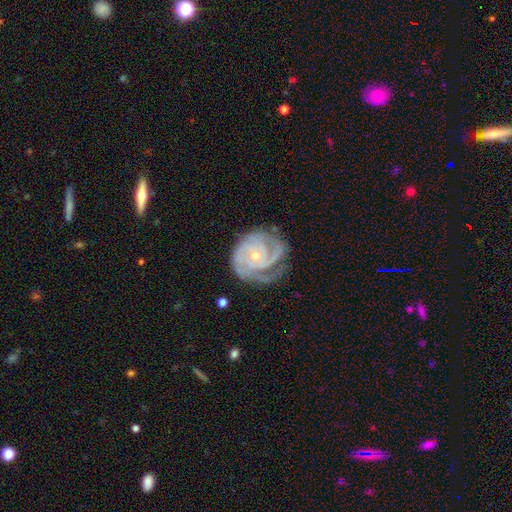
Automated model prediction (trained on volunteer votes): A featured or disk galaxy (89%) with no bar (73%), 3 (37%) tight (68%) spiral arms (97%) and a small central bulge (71%).

Vote fractions:
- Smooth or featured? featured or disk: 89% / smooth: 6% / star or artifact: 5%
- Edge-on disk? no: 98% / yes: 2%
- Bar? no: 73% / weak: 21% / strong: 5%
- Spiral arms? yes: 97% / no: 3%
- Spiral winding? tight: 68% / medium: 27% / loose: 5%
- Spiral arm count? 3: 37% / 2: 26% / can't tell: 16% / 4: 9% / 1: 6% / more than 4: 5%
- Bulge size? small: 71% / moderate: 26% / none: 1% / large: 1% / dominant: 1%
- Merging? none: 62% / minor disturbance: 23% / major disturbance: 13% / merger: 2%